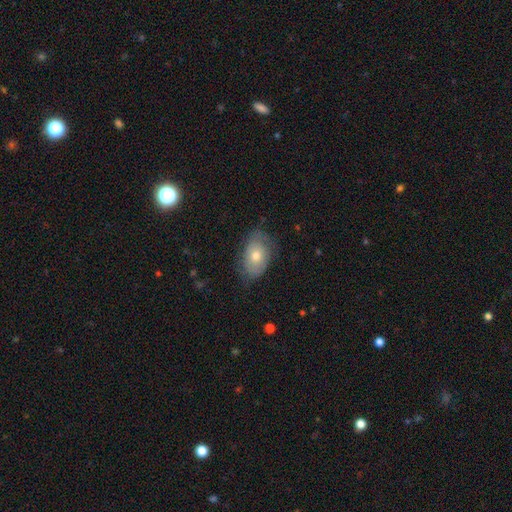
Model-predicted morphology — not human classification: Q: Smooth or featured?
A: smooth (54%); runner-up: featured or disk (37%)
Q: How rounded?
A: in between (86%); runner-up: round (12%)
Q: Merging?
A: none (69%); runner-up: minor disturbance (23%)